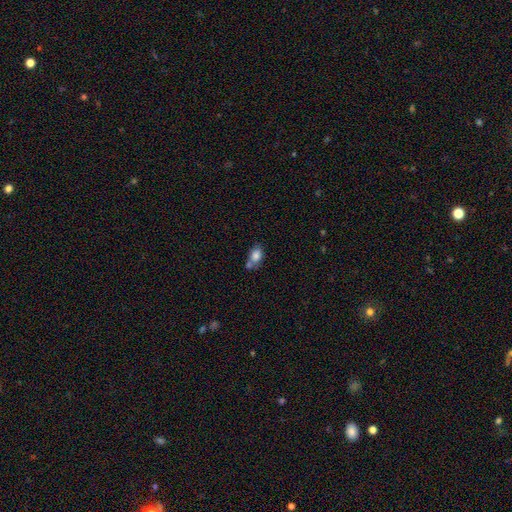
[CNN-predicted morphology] This is clearly a smooth galaxy (81%). How rounded: likely in between (79%). Merging: possibly none (47%).